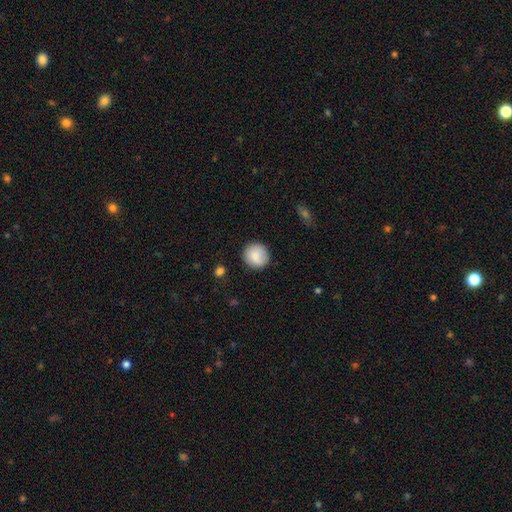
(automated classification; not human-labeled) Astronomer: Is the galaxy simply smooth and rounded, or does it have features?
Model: smooth — 87%.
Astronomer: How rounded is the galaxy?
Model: round — 91%.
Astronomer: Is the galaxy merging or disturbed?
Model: none — 87%.